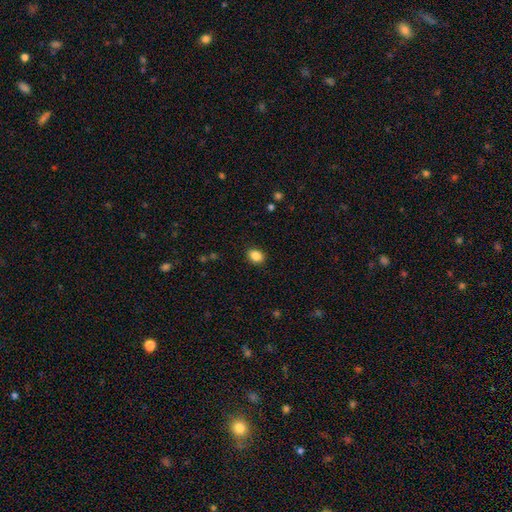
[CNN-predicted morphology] Smooth or featured? Predicted: smooth (p=0.86). How rounded? Predicted: in between (p=0.58). Merging? Predicted: none (p=0.90).